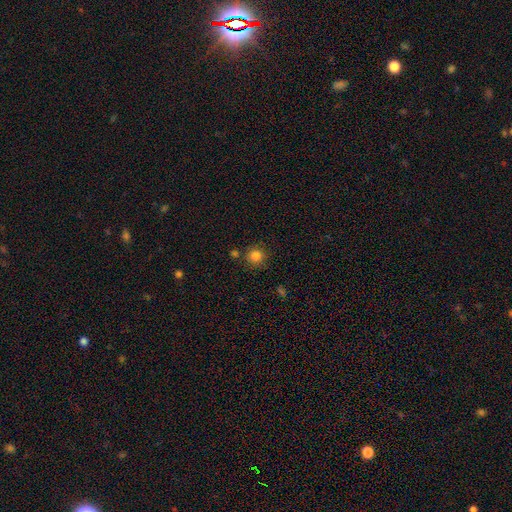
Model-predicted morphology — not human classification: A smooth galaxy with no disk features (83%) that is round (93%). Merging: none (82%).